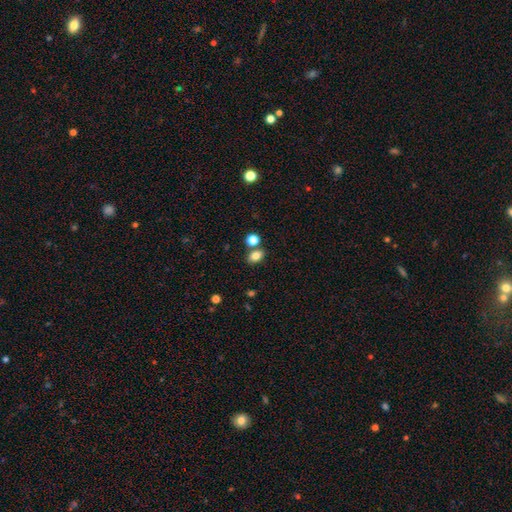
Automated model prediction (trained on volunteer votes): Morphology: type=smooth (82%); roundness=in between (74%); merging=none (70%).